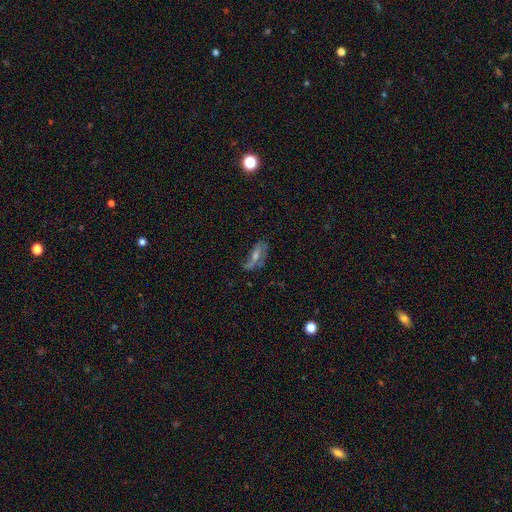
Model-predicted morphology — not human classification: Smooth or featured: featured or disk — 64% (smooth — 24%)
Edge-on disk: no — 82% (yes — 18%)
Bar: no — 44% (weak — 34%)
Spiral arms: yes — 76% (no — 24%)
Bulge size: moderate — 46% (small — 44%)
Merging: none — 53% (minor disturbance — 24%)